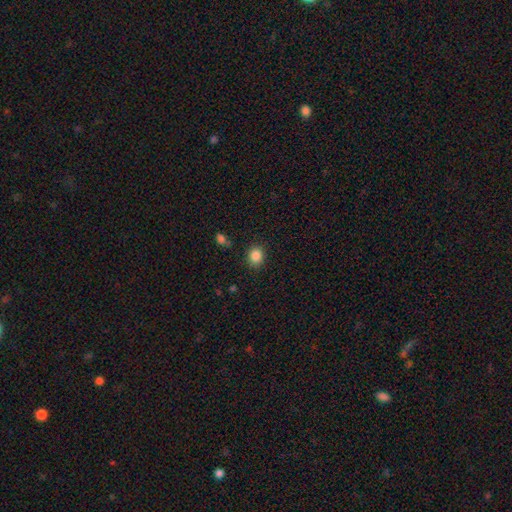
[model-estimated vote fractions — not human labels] Overall: smooth (85%). How rounded: round (72%). Merging: none (86%).